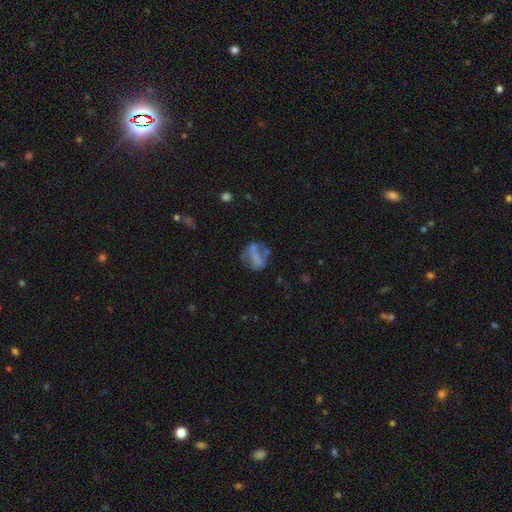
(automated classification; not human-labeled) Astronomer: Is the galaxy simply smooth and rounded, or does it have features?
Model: smooth — 44% (runner-up: featured or disk, 42%).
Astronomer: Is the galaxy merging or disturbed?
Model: none — 46%.